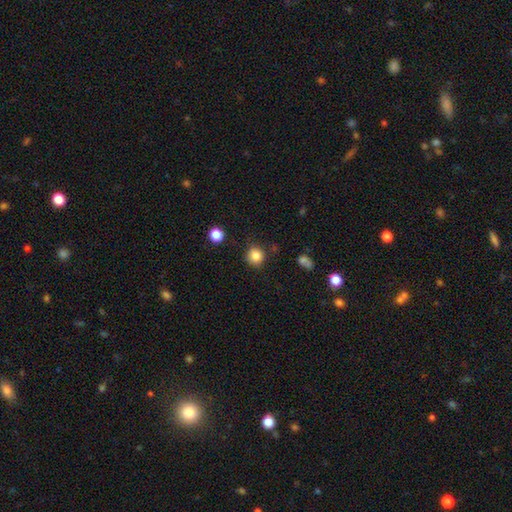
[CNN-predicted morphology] Smooth or featured?
  - smooth: 84% *
  - star or artifact: 11%
  - featured or disk: 5%
How rounded?
  - round: 90% *
  - in between: 9%
  - cigar-shaped: 1%
Merging?
  - none: 84% *
  - minor disturbance: 10%
  - major disturbance: 3%
  - merger: 3%